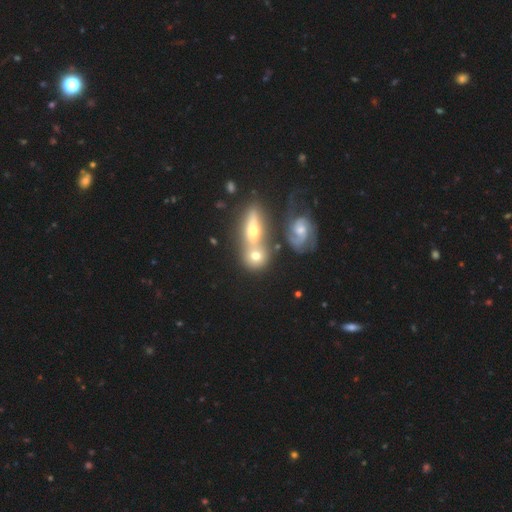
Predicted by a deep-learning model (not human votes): Smooth or featured? Predicted: smooth (p=0.50). How rounded? Predicted: round (p=0.63). Merging? Predicted: merger (p=0.46).